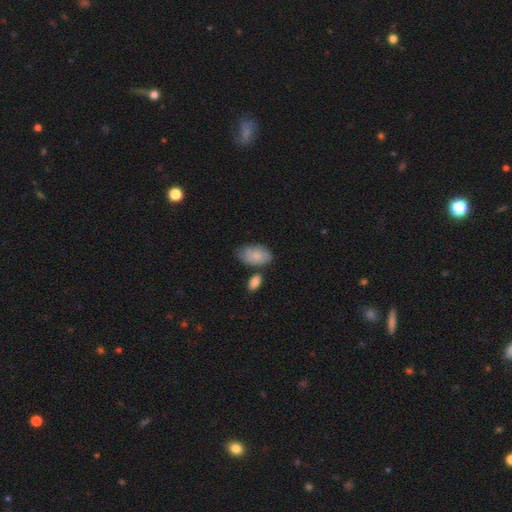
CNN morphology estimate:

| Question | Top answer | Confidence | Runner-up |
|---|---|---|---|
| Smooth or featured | smooth | 79% | featured or disk (16%) |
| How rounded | in between | 93% | round (5%) |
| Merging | none | 55% | minor disturbance (26%) |